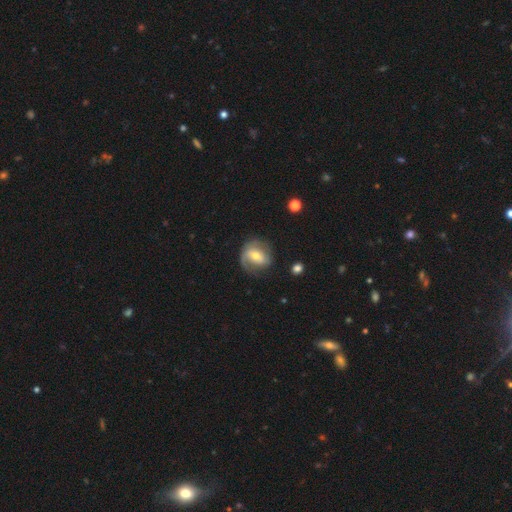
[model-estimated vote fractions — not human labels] Smooth or featured?
  - featured or disk: 63% *
  - smooth: 30%
  - star or artifact: 7%
Edge-on disk?
  - no: 96% *
  - yes: 4%
Bar?
  - weak: 41% *
  - strong: 30%
  - no: 29%
Spiral arms?
  - yes: 78% *
  - no: 22%
Bulge size?
  - moderate: 62% *
  - small: 31%
  - large: 5%
  - none: 1%
  - dominant: 1%
Merging?
  - none: 65% *
  - minor disturbance: 21%
  - major disturbance: 12%
  - merger: 2%